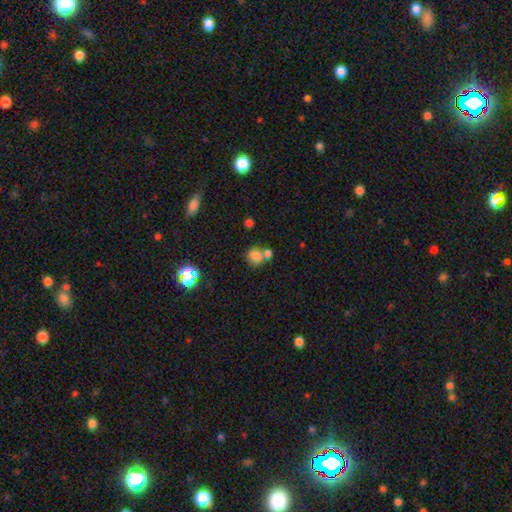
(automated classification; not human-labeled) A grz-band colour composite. It shows a smooth galaxy with no disk features (78%) that is round (75%). Merging: none (45%).